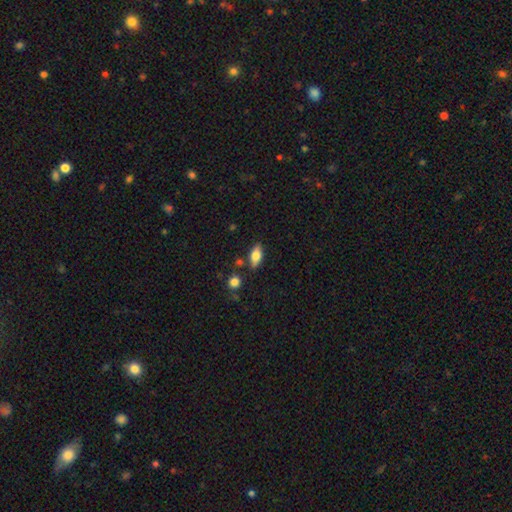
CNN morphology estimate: smooth-or-featured: smooth: 70% | featured or disk: 23% | star or artifact: 7%
  how-rounded: in between: 83% | cigar-shaped: 14% | round: 4%
  merging: none: 80% | minor disturbance: 12% | merger: 5% | major disturbance: 3%